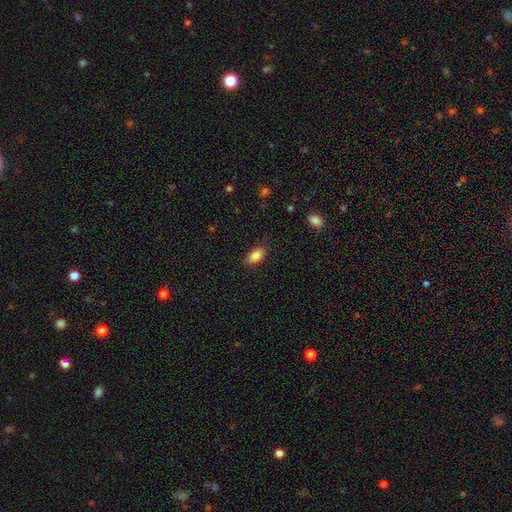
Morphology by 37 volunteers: A smooth galaxy with no disk features (92%) that is in between round and cigar-shaped (91%).

Vote fractions:
- Smooth or featured? smooth: 92% / star or artifact: 5% / featured or disk: 3%
- How rounded? in between: 91% / cigar-shaped: 6% / round: 3%
- Merging? none: 86% / minor disturbance: 9% / major disturbance: 6% / merger: 0%